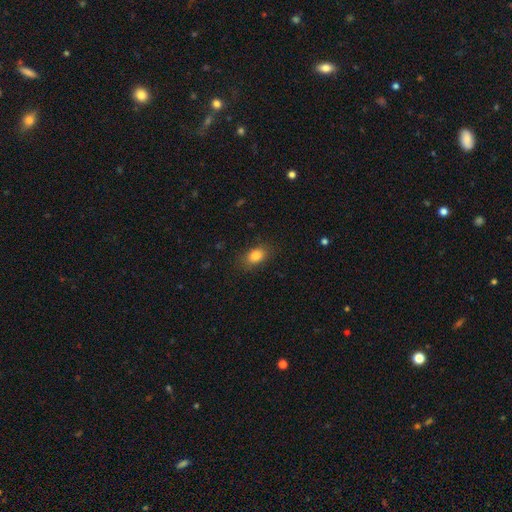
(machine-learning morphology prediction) A smooth galaxy with no disk features (83%) that is in between round and cigar-shaped (78%). Merging: none (83%).